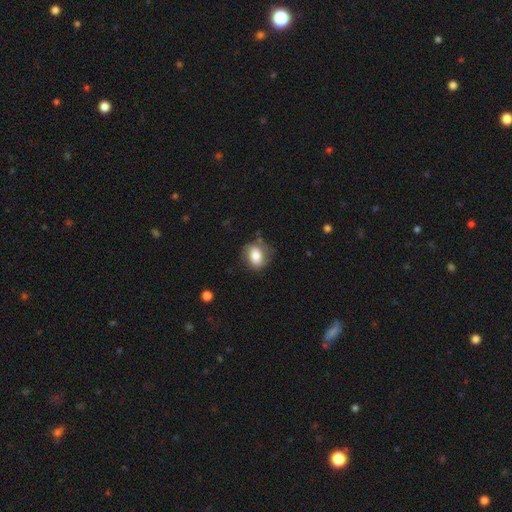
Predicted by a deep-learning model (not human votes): Morphology: type=smooth (76%); roundness=in between (61%); merging=none (66%).